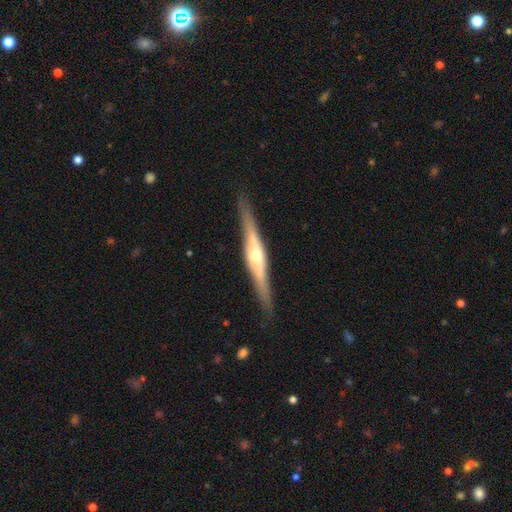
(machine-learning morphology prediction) The model was most divided on "smooth or featured": featured or disk: 79%, smooth: 15%, star or artifact: 5%. More confident: edge-on disk — yes (97%); merging — none (88%); edge-on bulge — rounded (86%).